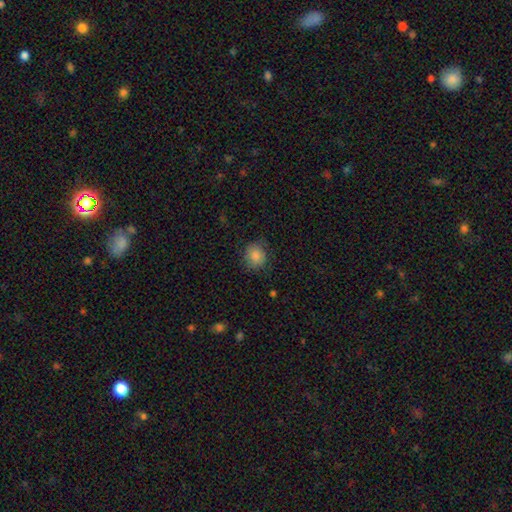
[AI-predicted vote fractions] smooth_or_featured: smooth (p=0.85) [alt: star or artifact p=0.09]
how_rounded: round (p=0.81) [alt: in between p=0.19]
merging: none (p=0.77) [alt: minor disturbance p=0.17]